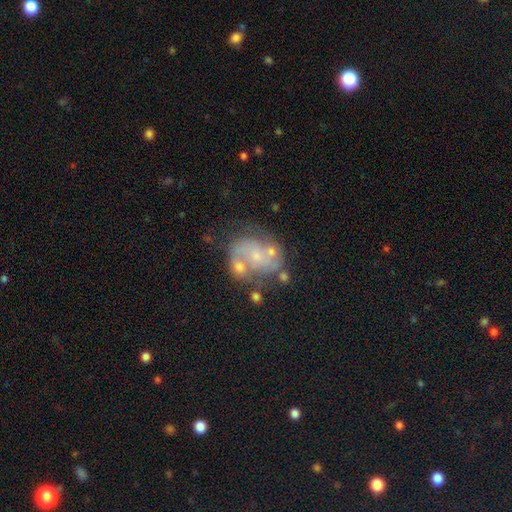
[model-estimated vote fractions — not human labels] Smooth or featured? Predicted: featured or disk (p=0.69). Edge-on disk? Predicted: no (p=0.98). Bar? Predicted: no (p=0.73). Spiral arms? Predicted: yes (p=0.70). Bulge size? Predicted: small (p=0.58). Merging? Predicted: none (p=0.42).